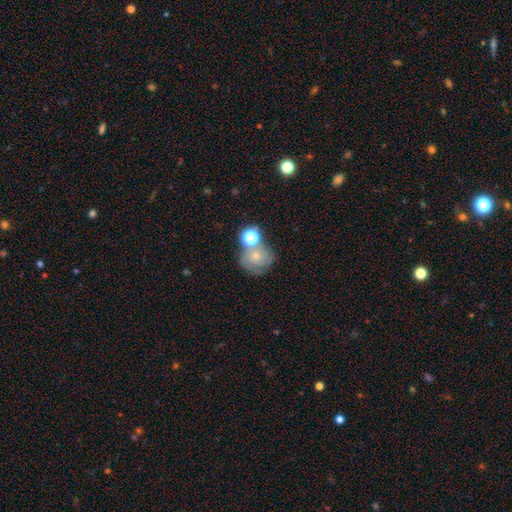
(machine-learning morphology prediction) smooth_or_featured: smooth (p=0.65) [alt: featured or disk p=0.22]
how_rounded: round (p=0.77) [alt: in between p=0.22]
merging: none (p=0.45) [alt: merger p=0.34]